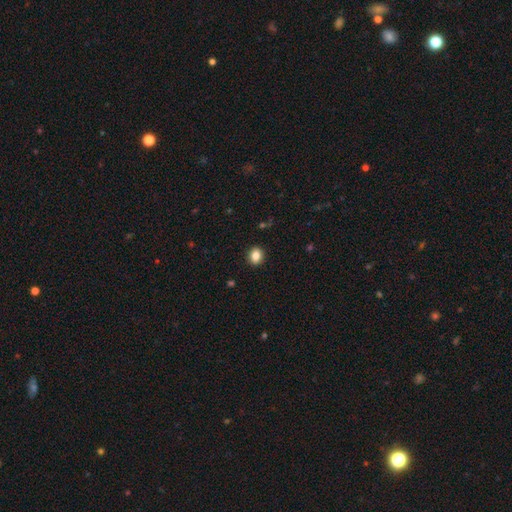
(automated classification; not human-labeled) Smooth or featured? smooth (85%)
How rounded? round (61%)
Merging? none (92%)